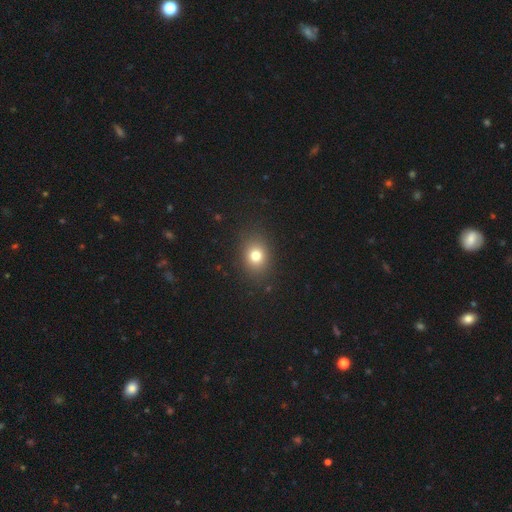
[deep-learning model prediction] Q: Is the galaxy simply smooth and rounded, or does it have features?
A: smooth — 77%.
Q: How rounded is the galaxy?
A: round — 52%.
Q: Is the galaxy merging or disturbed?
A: none — 87%.